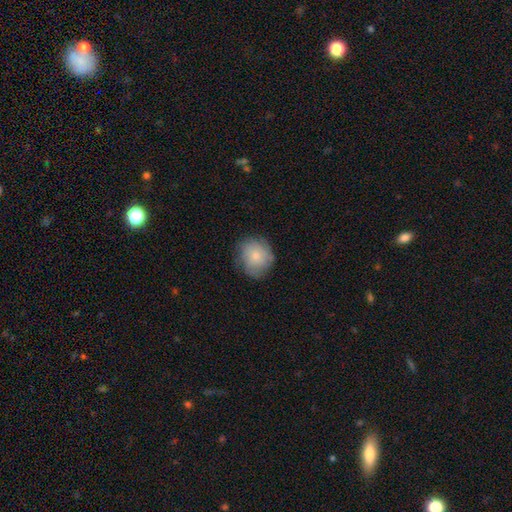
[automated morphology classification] type=smooth (67%); roundness=round (77%); merging=none (73%).